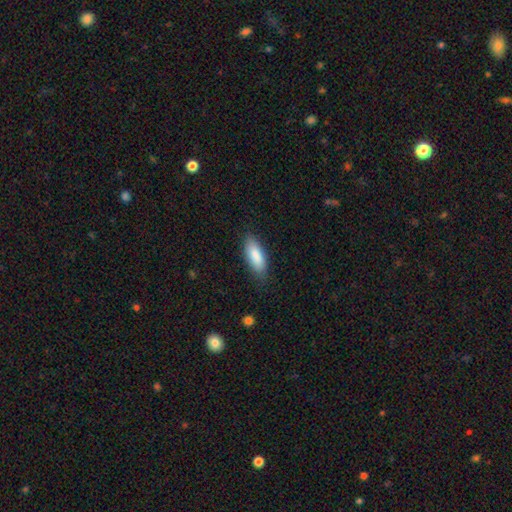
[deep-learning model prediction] This appears to be a smooth galaxy with no disk features (87%) that is in between round and cigar-shaped (74%). Merging: none (81%).